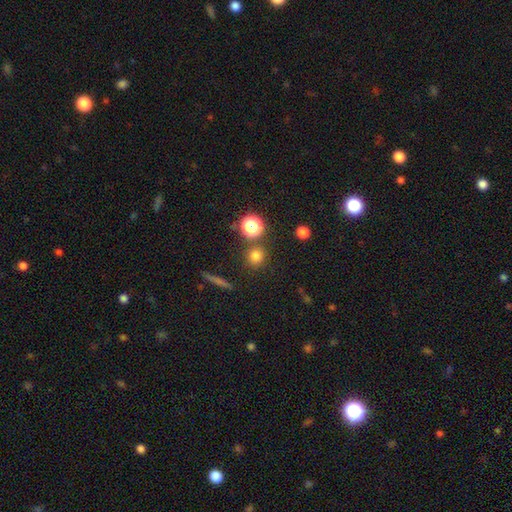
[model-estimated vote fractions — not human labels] Smooth or featured?
  - smooth: 76% *
  - star or artifact: 18%
  - featured or disk: 6%
How rounded?
  - round: 91% *
  - in between: 7%
  - cigar-shaped: 1%
Merging?
  - none: 83% *
  - minor disturbance: 7%
  - merger: 7%
  - major disturbance: 3%